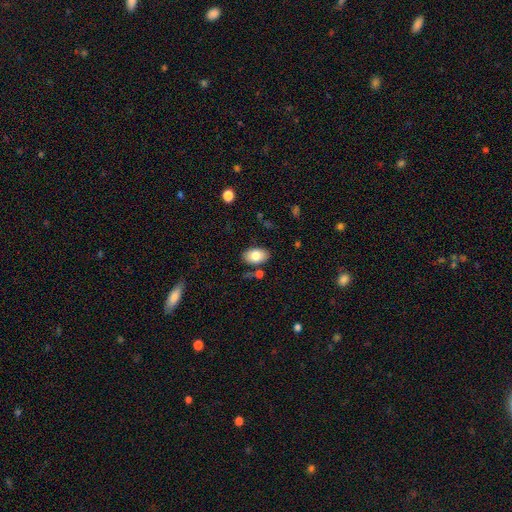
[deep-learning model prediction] Smooth or featured: smooth — 80% (featured or disk — 14%)
How rounded: in between — 92% (round — 7%)
Merging: none — 81% (minor disturbance — 12%)